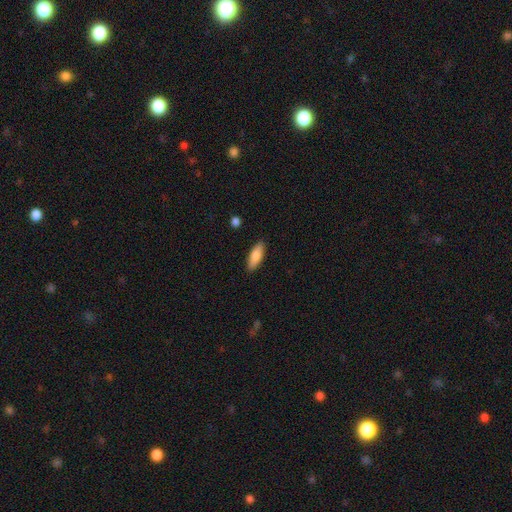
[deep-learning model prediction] This appears to be a smooth galaxy with no disk features (82%) that is in between round and cigar-shaped (66%). Merging: none (88%).